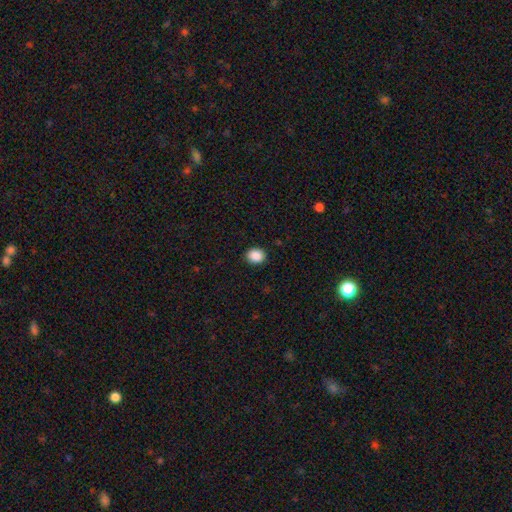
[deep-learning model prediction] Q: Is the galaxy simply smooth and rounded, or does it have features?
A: smooth — 88%.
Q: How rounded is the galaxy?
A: round — 61%.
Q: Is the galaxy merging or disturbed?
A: none — 91%.